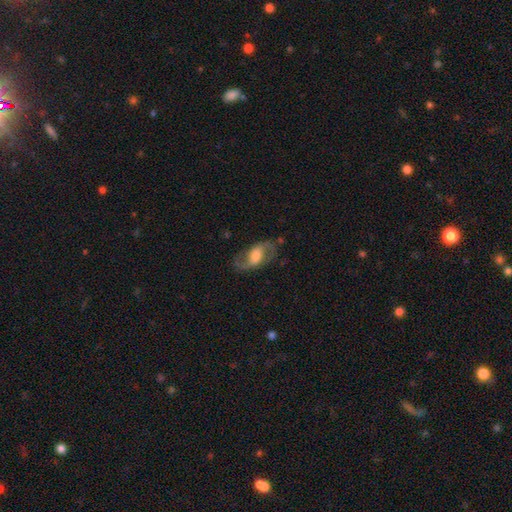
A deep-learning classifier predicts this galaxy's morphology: type=featured or disk (73%); edge-on=no (94%); bar=weak (43%); spiral arms=yes (88%); winding=loose (47%); arm count=2 (90%); bulge=moderate (47%); merging=none (74%).